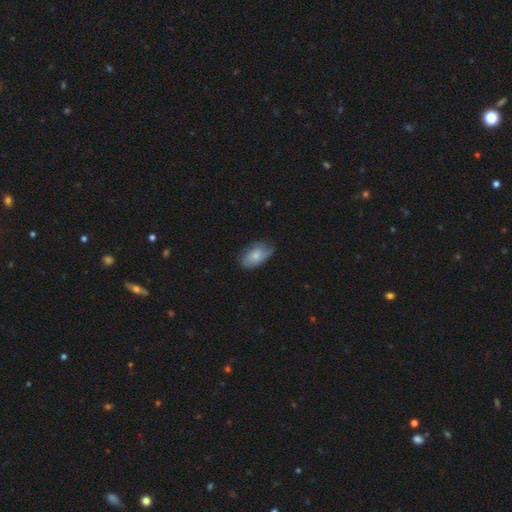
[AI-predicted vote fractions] Smooth or featured: smooth — 65% (featured or disk — 28%)
How rounded: in between — 91% (round — 6%)
Merging: none — 57% (minor disturbance — 32%)